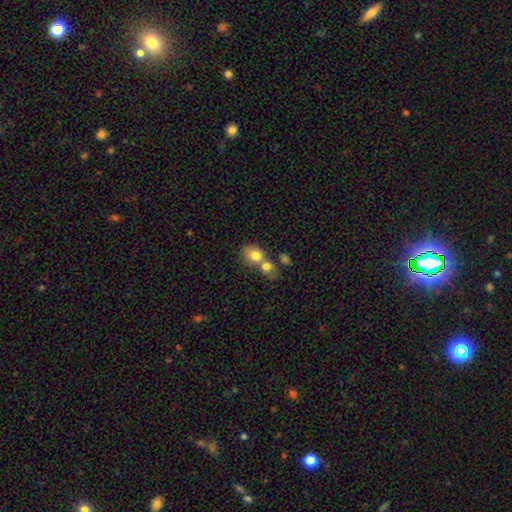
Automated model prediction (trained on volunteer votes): smooth 77%, featured or disk 13%, star or artifact 9%. Down the decision tree: how rounded — round (54%); merging — merger (59%).